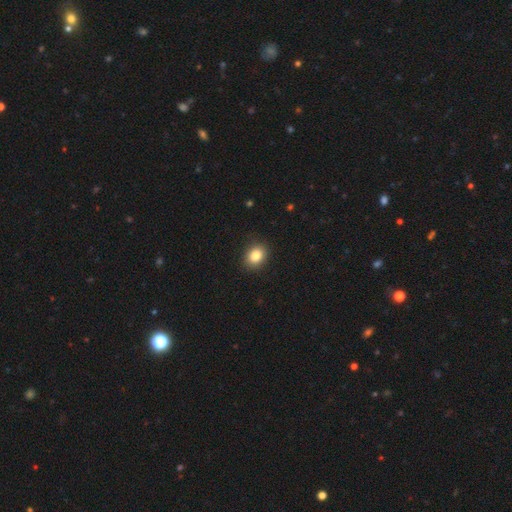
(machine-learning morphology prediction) Smooth or featured: smooth — 84% (star or artifact — 10%)
How rounded: round — 50% (in between — 49%)
Merging: none — 89% (minor disturbance — 8%)